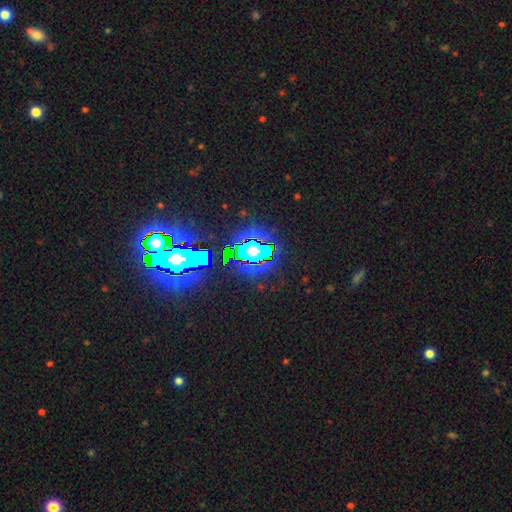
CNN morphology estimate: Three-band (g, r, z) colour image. It shows a star or artifact, not a galaxy (82%).